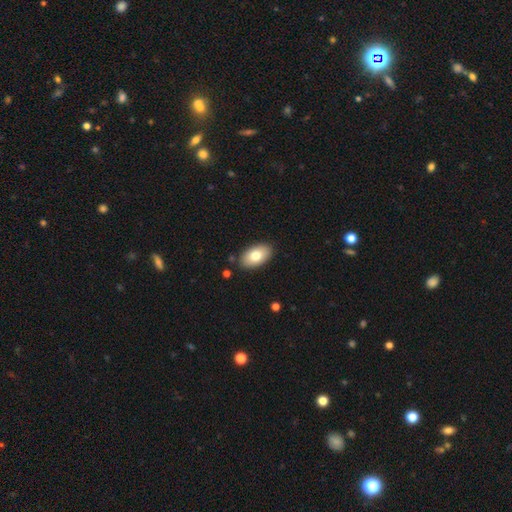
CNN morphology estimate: Smooth or featured?
  - smooth: 77% *
  - featured or disk: 16%
  - star or artifact: 7%
How rounded?
  - in between: 94% *
  - round: 4%
  - cigar-shaped: 2%
Merging?
  - none: 87% *
  - minor disturbance: 9%
  - major disturbance: 2%
  - merger: 2%